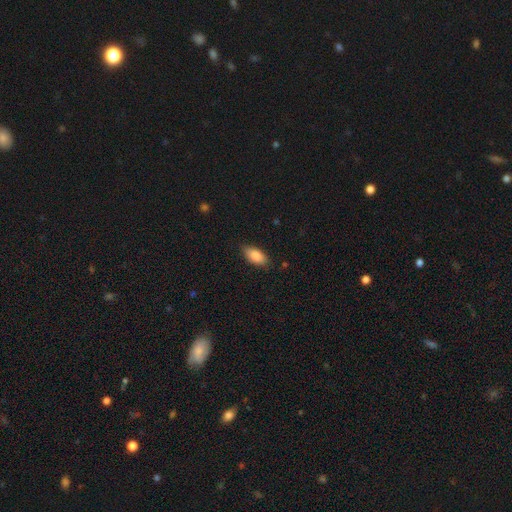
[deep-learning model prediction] Smooth or featured? smooth (87%)
How rounded? in between (90%)
Merging? none (81%)